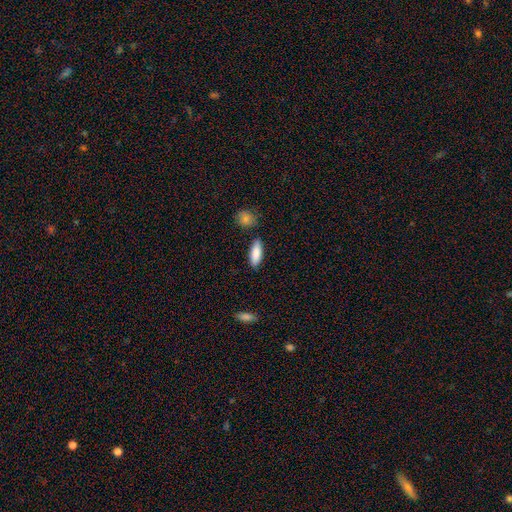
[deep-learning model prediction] A smooth galaxy with no disk features (87%) that is in between round and cigar-shaped (66%).

Vote fractions:
- Smooth or featured? smooth: 87% / featured or disk: 8% / star or artifact: 6%
- How rounded? in between: 66% / cigar-shaped: 32% / round: 2%
- Merging? none: 84% / minor disturbance: 10% / merger: 3% / major disturbance: 2%